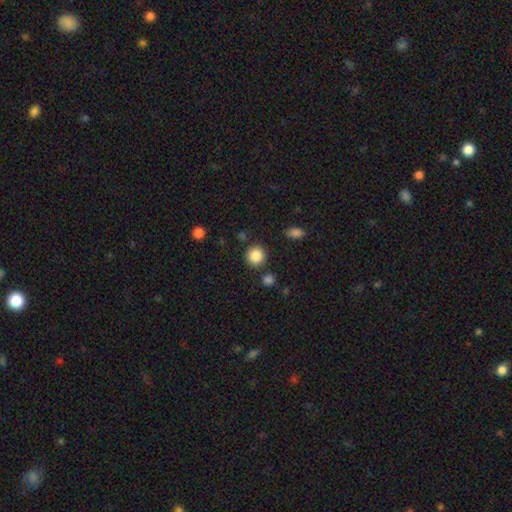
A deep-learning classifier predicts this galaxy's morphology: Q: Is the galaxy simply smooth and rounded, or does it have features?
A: smooth — 86%.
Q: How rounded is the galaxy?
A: round — 91%.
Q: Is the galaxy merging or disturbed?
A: none — 85%.